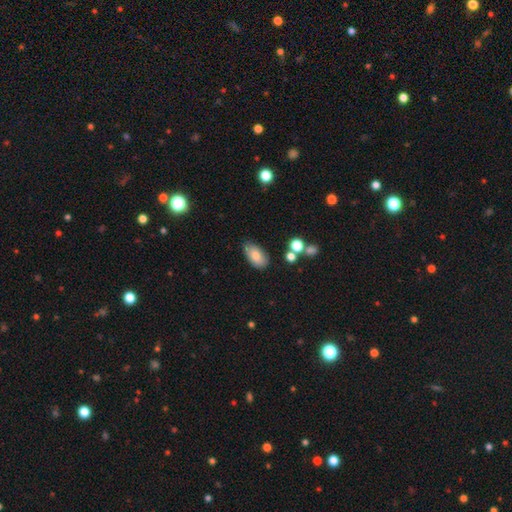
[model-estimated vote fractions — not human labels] Morphology: type=smooth (79%); roundness=in between (92%); merging=none (71%).